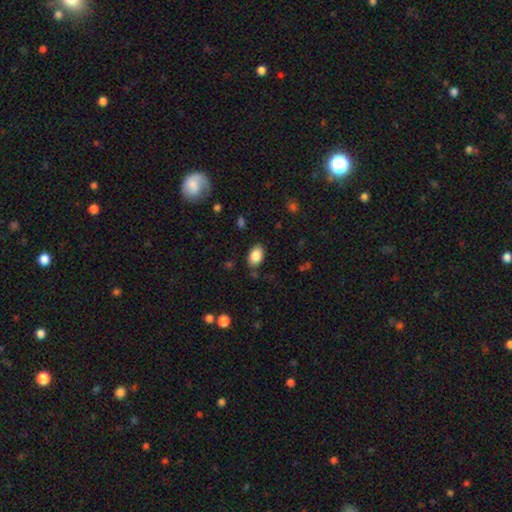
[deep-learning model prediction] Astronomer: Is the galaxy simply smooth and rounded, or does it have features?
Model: smooth — 86%.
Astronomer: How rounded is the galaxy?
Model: in between — 87%.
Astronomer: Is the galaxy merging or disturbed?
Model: none — 82%.